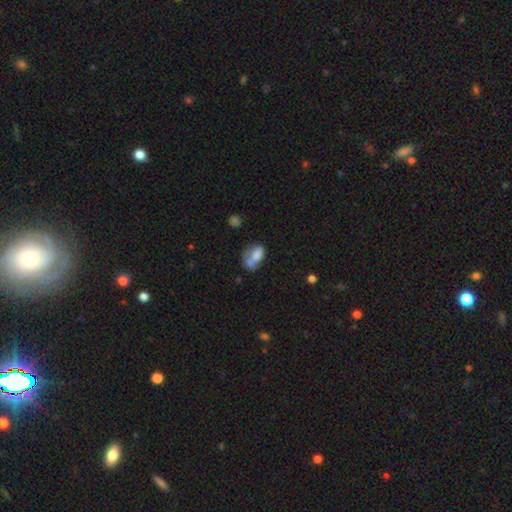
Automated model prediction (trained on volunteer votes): A smooth galaxy with no disk features (67%) that is in between round and cigar-shaped (83%). Merging: merger (38%).